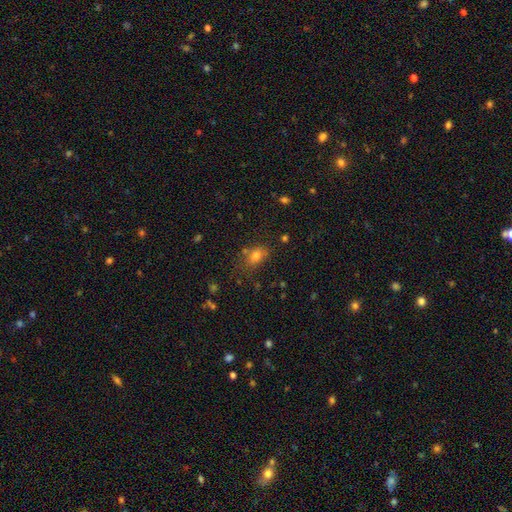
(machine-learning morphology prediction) The model was most divided on "how rounded": in between: 71%, round: 26%, cigar-shaped: 3%. More confident: smooth or featured — smooth (73%); merging — none (66%).